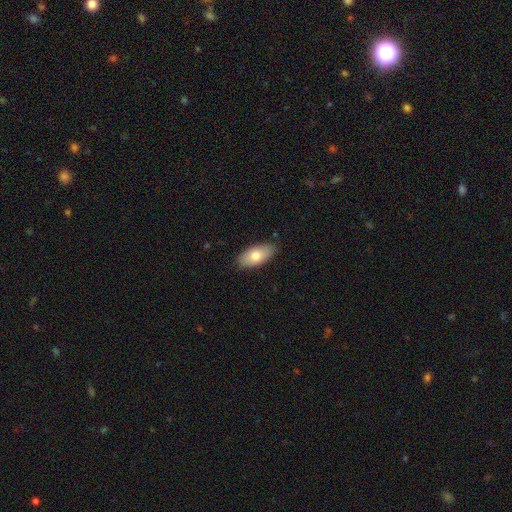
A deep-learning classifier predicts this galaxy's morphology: Smooth or featured? smooth (75%)
How rounded? in between (90%)
Merging? none (86%)